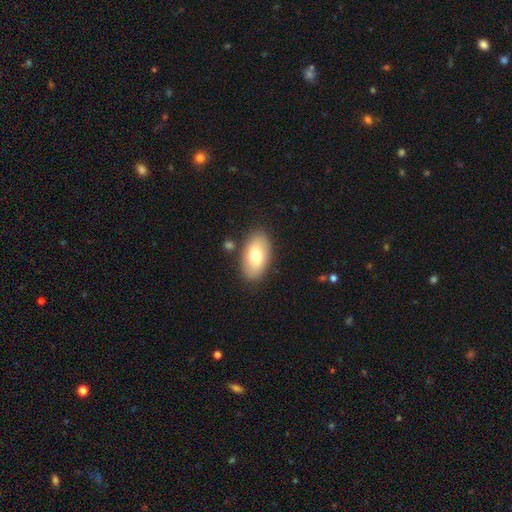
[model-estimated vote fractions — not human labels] Overall: smooth (69%). How rounded: in between (93%). Merging: none (84%).